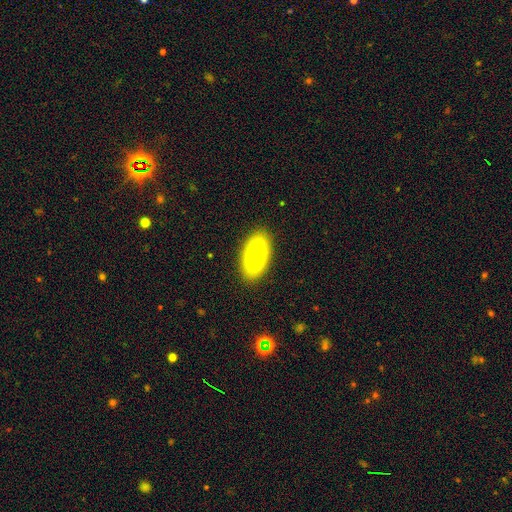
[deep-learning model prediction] smooth 79%, featured or disk 14%, star or artifact 7%. Down the decision tree: how rounded — in between (93%); merging — none (89%).